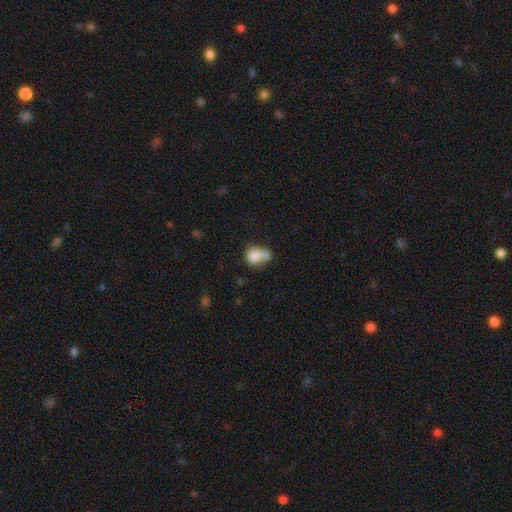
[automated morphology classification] smooth_or_featured: smooth (p=0.77) [alt: featured or disk p=0.13]
how_rounded: in between (p=0.58) [alt: round p=0.40]
merging: merger (p=0.49) [alt: none p=0.24]